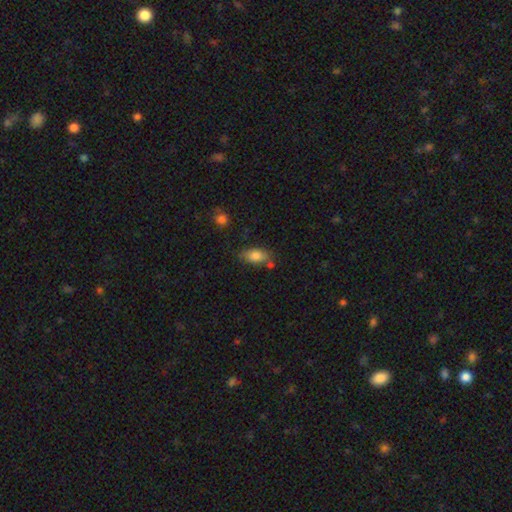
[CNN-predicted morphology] type=smooth (80%); roundness=in between (87%); merging=none (69%).